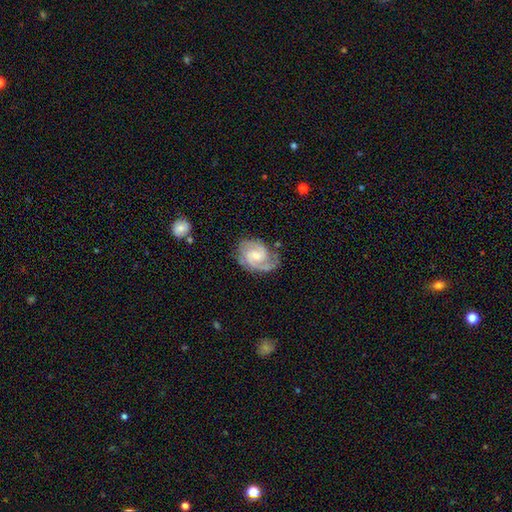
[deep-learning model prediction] This appears to be a featured or disk galaxy (87%) with a weak bar (47%), 2 (72%) tight (46%) spiral arms (97%) and a small central bulge (47%). Merging: none (70%).